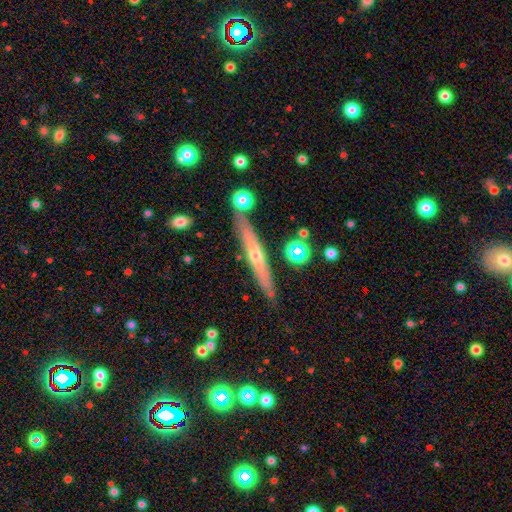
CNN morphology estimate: Smooth or featured? featured or disk (64%)
Edge-on disk? yes (91%)
Edge-on bulge? rounded (68%)
Merging? none (84%)